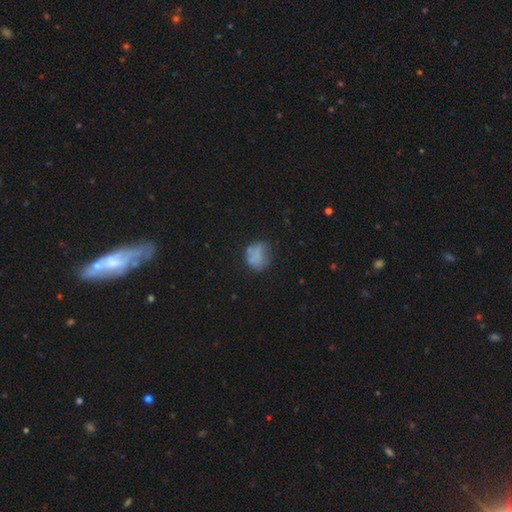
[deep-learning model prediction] The model was most divided on "how rounded": round: 60%, in between: 38%, cigar-shaped: 1%. More confident: smooth or featured — smooth (65%); merging — none (53%).